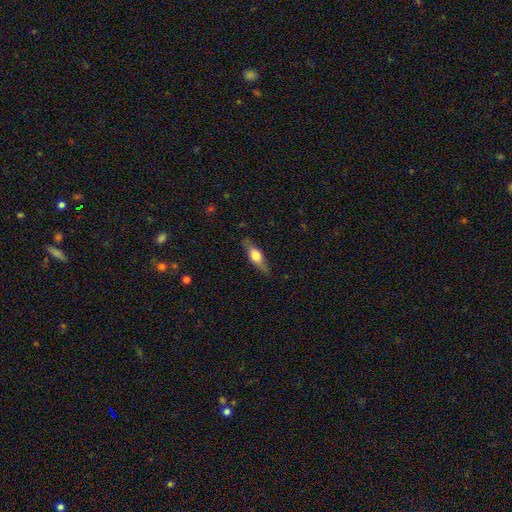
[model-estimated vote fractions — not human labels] Smooth or featured? smooth (52%)
How rounded? in between (54%)
Merging? none (81%)